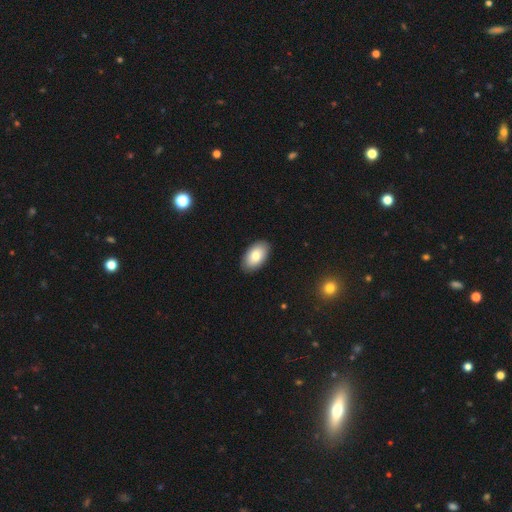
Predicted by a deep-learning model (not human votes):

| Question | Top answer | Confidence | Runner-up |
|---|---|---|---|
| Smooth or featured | smooth | 81% | featured or disk (12%) |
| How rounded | in between | 95% | round (4%) |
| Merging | none | 89% | minor disturbance (8%) |